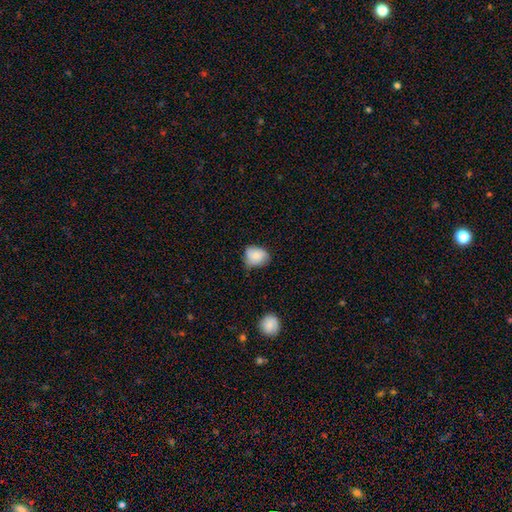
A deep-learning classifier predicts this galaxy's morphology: smooth-or-featured: smooth: 79% | featured or disk: 14% | star or artifact: 8%
  how-rounded: in between: 51% | round: 48% | cigar-shaped: 1%
  merging: none: 56% | minor disturbance: 36% | major disturbance: 7% | merger: 2%